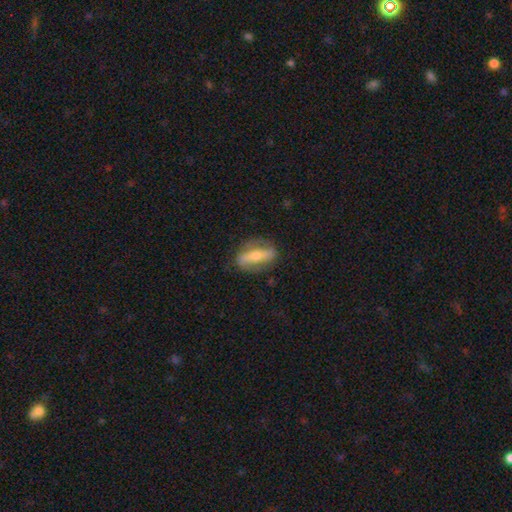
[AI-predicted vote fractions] featured or disk 63%, smooth 31%, star or artifact 6%. Down the decision tree: edge-on disk — no (62%); merging — none (79%).